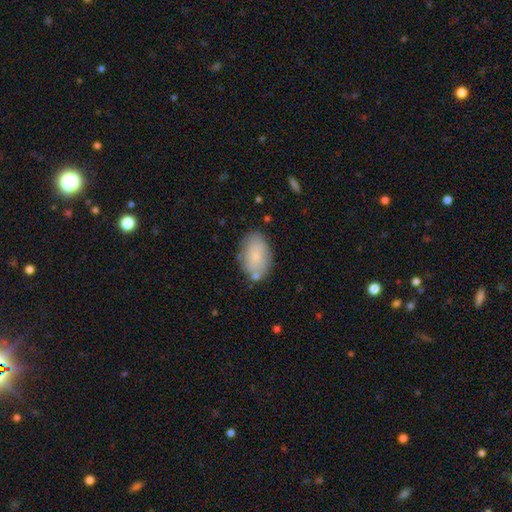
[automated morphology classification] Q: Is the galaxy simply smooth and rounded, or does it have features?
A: smooth — 78%.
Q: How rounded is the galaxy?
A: in between — 90%.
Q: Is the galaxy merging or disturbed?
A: none — 75%.